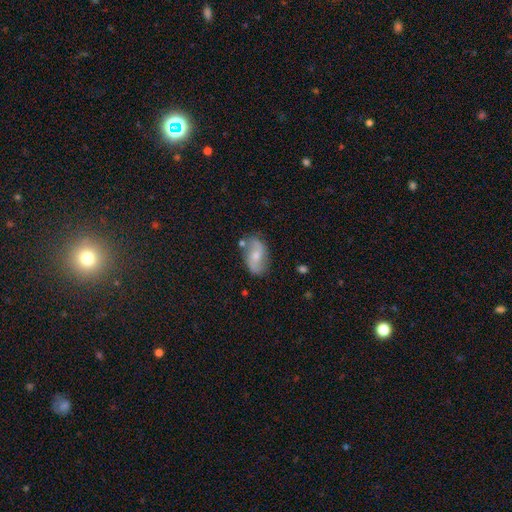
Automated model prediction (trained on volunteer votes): smooth_or_featured: featured or disk (p=0.52) [alt: smooth p=0.41]
disk_edge_on: no (p=0.94) [alt: yes p=0.06]
merging: none (p=0.72) [alt: minor disturbance p=0.18]